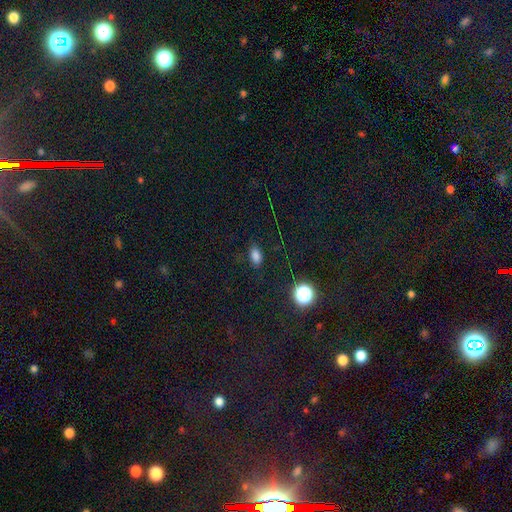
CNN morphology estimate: type=smooth (77%); roundness=in between (86%); merging=none (83%).